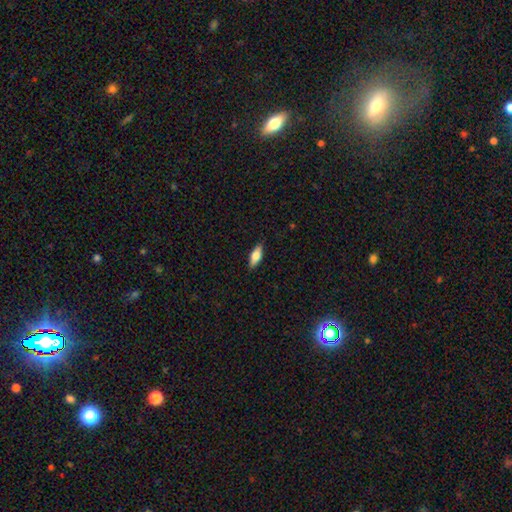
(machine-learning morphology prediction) type=smooth (63%); roundness=in between (68%); merging=none (88%).